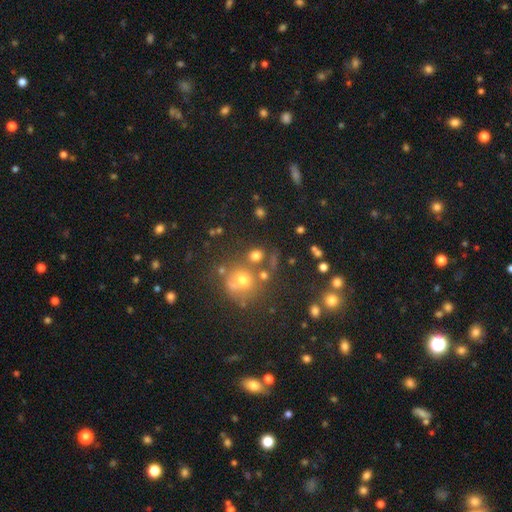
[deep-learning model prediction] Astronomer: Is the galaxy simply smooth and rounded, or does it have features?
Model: smooth — 70%.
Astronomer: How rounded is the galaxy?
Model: round — 74%.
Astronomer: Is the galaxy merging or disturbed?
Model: none — 63%.